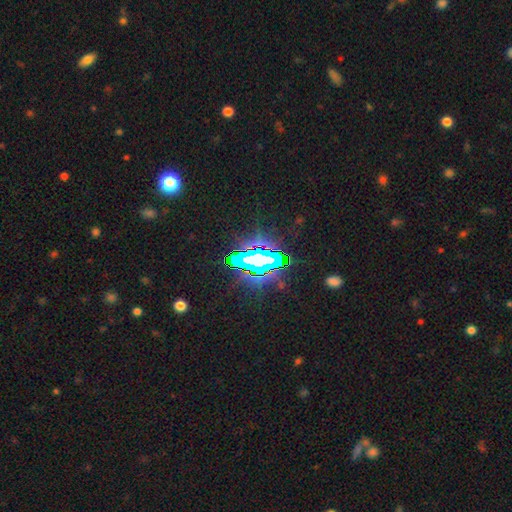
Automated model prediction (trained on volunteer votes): This is likely a star or artifact rather than a galaxy (79%).